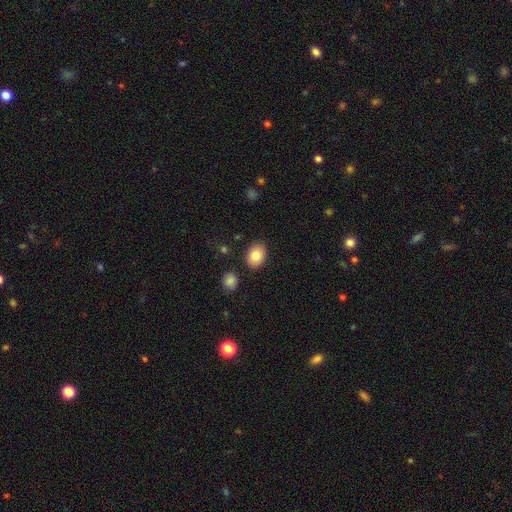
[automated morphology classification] type=smooth (84%); roundness=in between (72%); merging=none (86%).